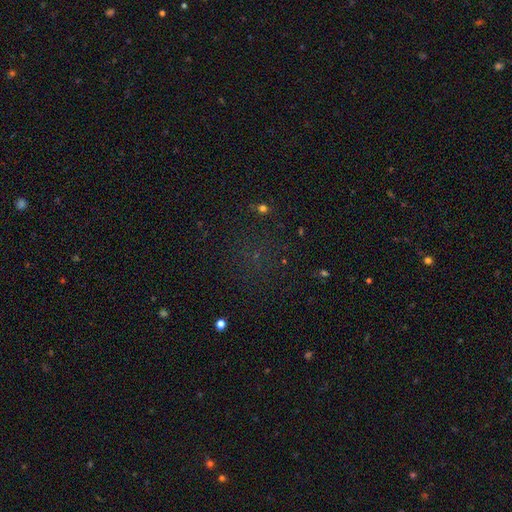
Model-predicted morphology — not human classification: smooth_or_featured: star or artifact (p=0.59) [alt: smooth p=0.30]